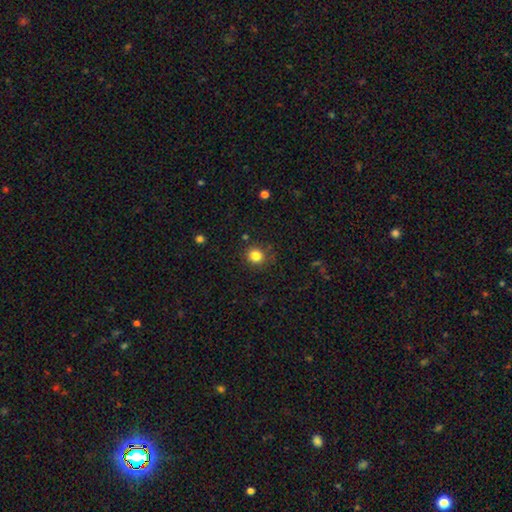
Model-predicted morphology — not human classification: Overall: smooth (83%). How rounded: round (87%). Merging: none (85%).